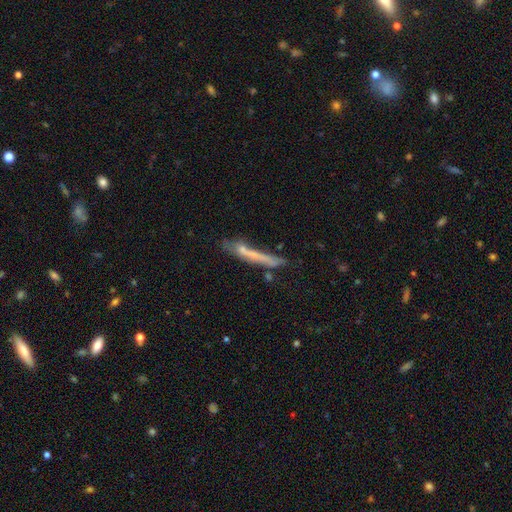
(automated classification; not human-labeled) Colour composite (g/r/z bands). It shows a smooth galaxy with no disk features (50%) that is cigar-shaped (94%). Merging: none (54%).